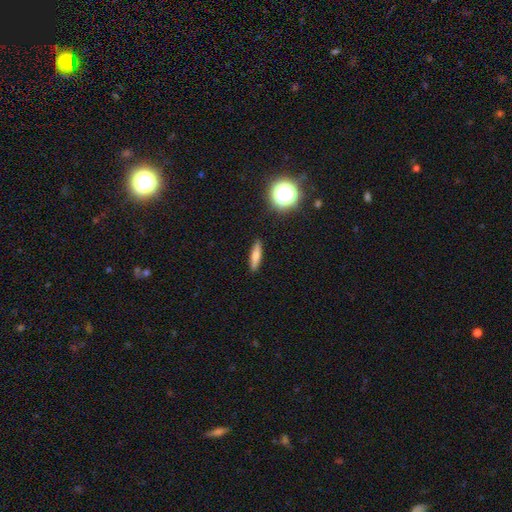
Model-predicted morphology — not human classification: Smooth or featured: smooth — 71% (featured or disk — 19%)
How rounded: cigar-shaped — 76% (in between — 21%)
Merging: none — 88% (minor disturbance — 8%)